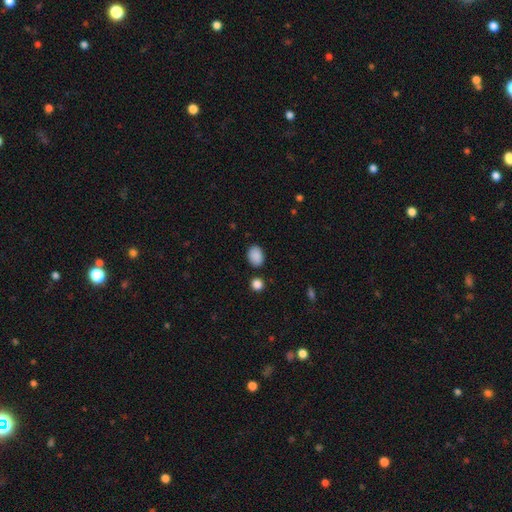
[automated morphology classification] Smooth or featured? smooth (89%)
How rounded? in between (72%)
Merging? none (83%)